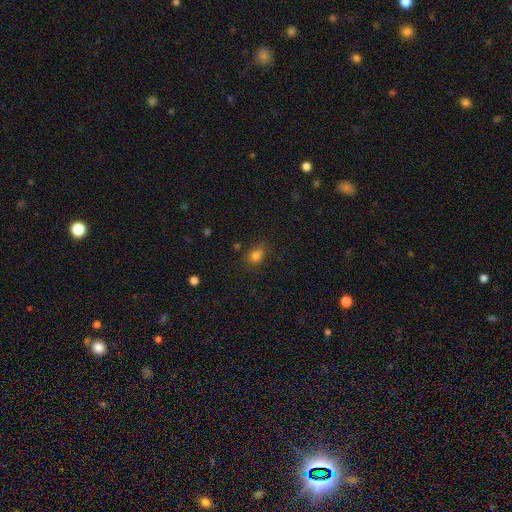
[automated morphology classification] Overall: smooth (77%). How rounded: round (60%; in between 38%). Merging: none (65%).